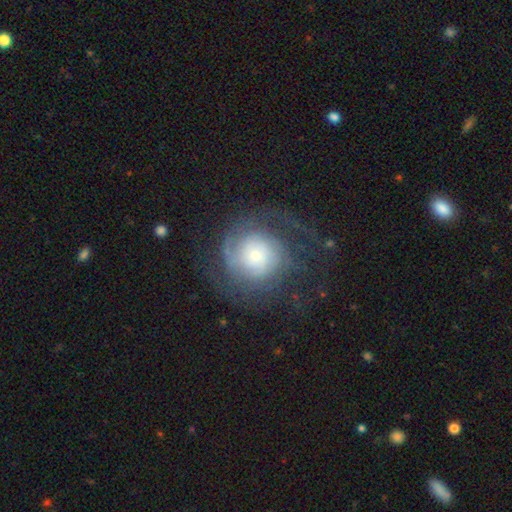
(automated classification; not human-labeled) A featured or disk galaxy (70%) with no bar (78%), tight (51%) spiral arms (89%) and a small central bulge (45%).

Vote fractions:
- Smooth or featured? featured or disk: 70% / smooth: 22% / star or artifact: 8%
- Edge-on disk? no: 97% / yes: 3%
- Bar? no: 78% / weak: 18% / strong: 4%
- Spiral arms? yes: 89% / no: 11%
- Spiral winding? tight: 51% / medium: 31% / loose: 17%
- Spiral arm count? can't tell: 35% / 2: 31% / 3: 13% / 1: 9% / 4: 7% / more than 4: 6%
- Bulge size? small: 45% / moderate: 34% / large: 15% / dominant: 4% / none: 2%
- Merging? none: 63% / major disturbance: 21% / minor disturbance: 15% / merger: 1%